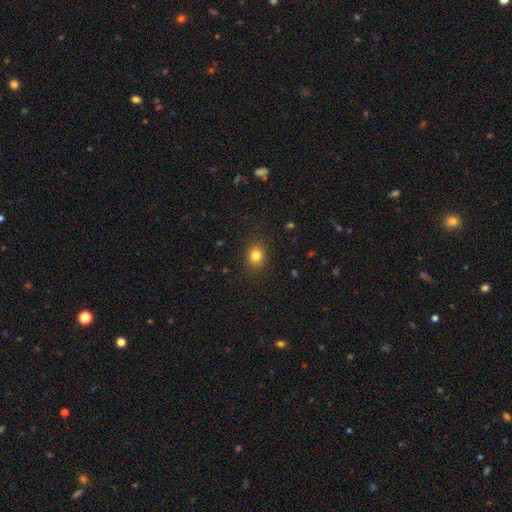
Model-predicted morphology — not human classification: A smooth galaxy with no disk features (80%) that is round (56%). Merging: none (87%).